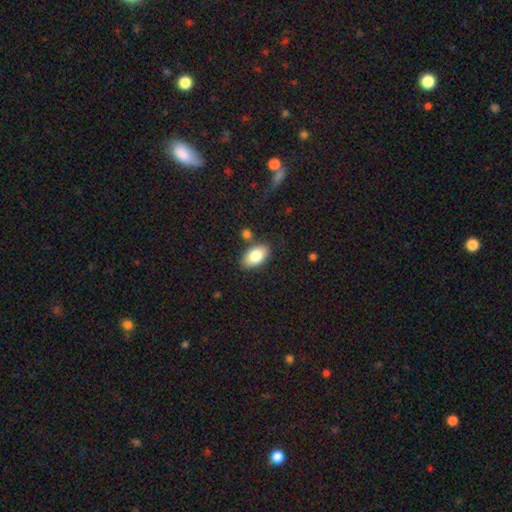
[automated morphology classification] smooth-or-featured: smooth: 80% | featured or disk: 13% | star or artifact: 7%
  how-rounded: in between: 92% | round: 6% | cigar-shaped: 2%
  merging: none: 78% | minor disturbance: 13% | merger: 7% | major disturbance: 3%